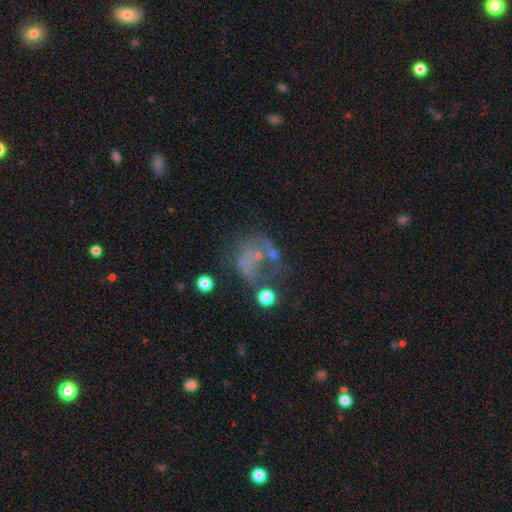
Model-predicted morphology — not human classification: A featured or disk galaxy (43%).

Vote fractions:
- Smooth or featured? featured or disk: 43% / smooth: 30% / star or artifact: 27%
- Merging? major disturbance: 37% / none: 32% / minor disturbance: 17% / merger: 14%